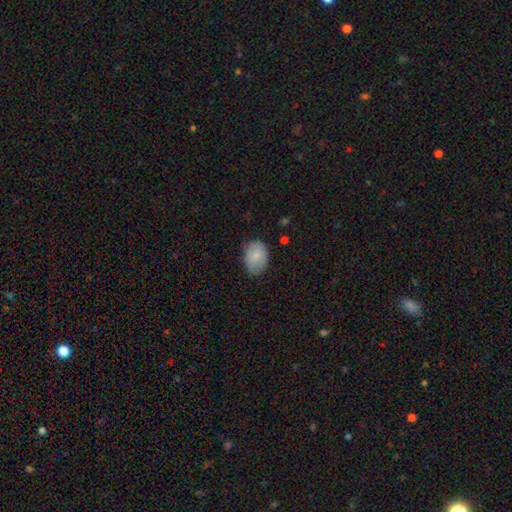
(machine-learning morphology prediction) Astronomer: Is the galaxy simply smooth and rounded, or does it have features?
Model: smooth — 81%.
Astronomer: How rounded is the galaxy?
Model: in between — 77%.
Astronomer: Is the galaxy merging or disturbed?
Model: none — 64%.